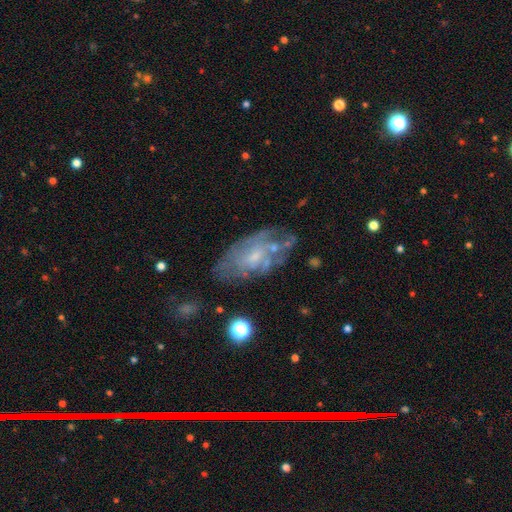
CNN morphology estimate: A featured or disk galaxy (65%) with no bar (68%), spiral arms (57%) and a small central bulge (56%). Merging: none (56%).